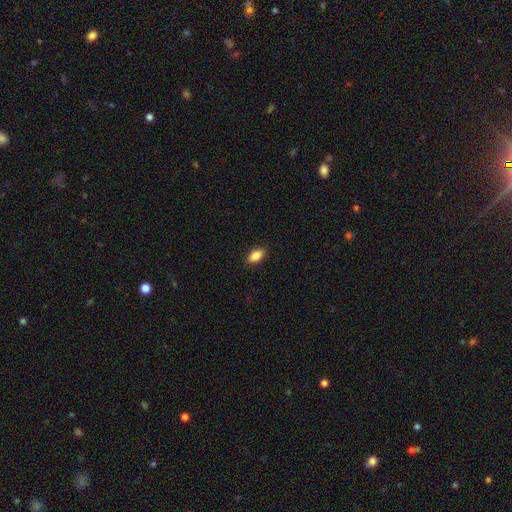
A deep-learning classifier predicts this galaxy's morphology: Overall: smooth (89%). How rounded: in between (92%). Merging: none (89%).